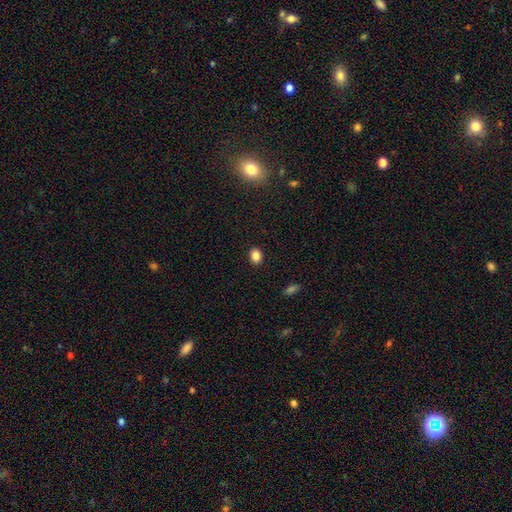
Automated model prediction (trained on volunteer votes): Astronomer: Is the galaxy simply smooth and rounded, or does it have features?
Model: smooth — 86%.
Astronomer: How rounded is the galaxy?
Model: in between — 59% (runner-up: round, 40%).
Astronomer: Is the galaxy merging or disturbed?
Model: none — 90%.